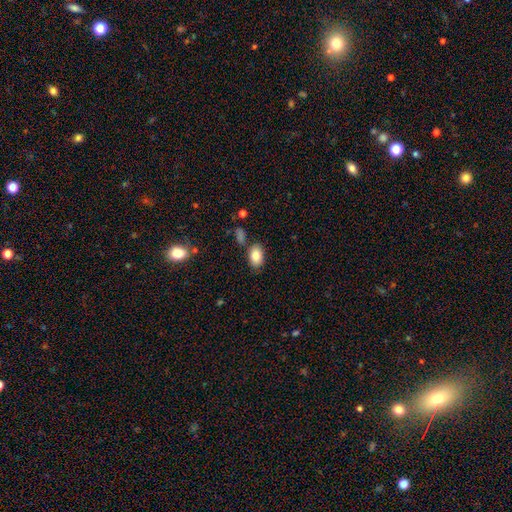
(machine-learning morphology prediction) This appears to be a smooth galaxy with no disk features (84%) that is in between round and cigar-shaped (90%). Merging: none (77%).